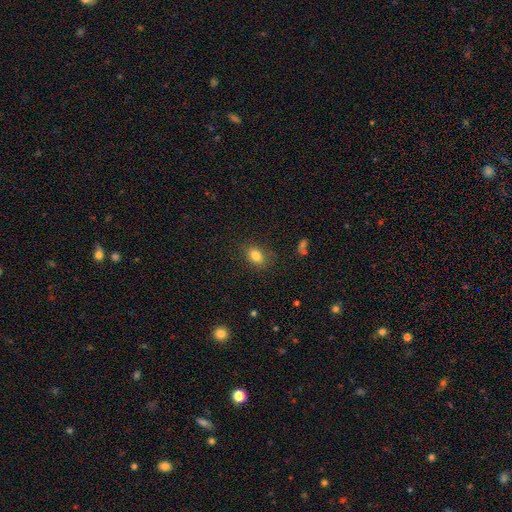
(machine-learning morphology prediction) Q: Smooth or featured?
A: smooth (82%); runner-up: star or artifact (10%)
Q: How rounded?
A: in between (74%); runner-up: round (24%)
Q: Merging?
A: none (81%); runner-up: minor disturbance (14%)